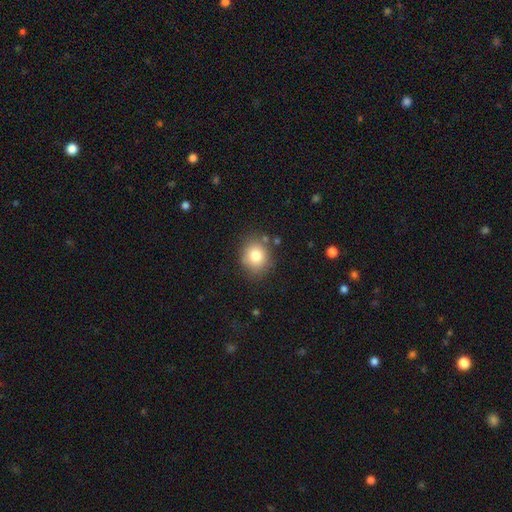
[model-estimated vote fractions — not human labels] Overall: smooth (80%). How rounded: round (75%). Merging: none (80%).